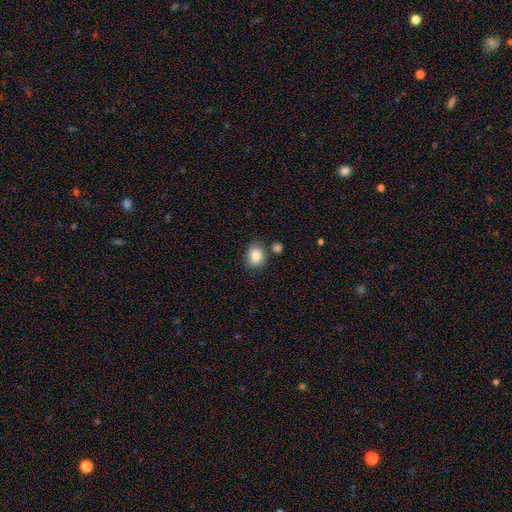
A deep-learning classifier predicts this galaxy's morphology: smooth_or_featured: smooth (p=0.85) [alt: star or artifact p=0.09]
how_rounded: round (p=0.62) [alt: in between p=0.37]
merging: none (p=0.72) [alt: minor disturbance p=0.15]